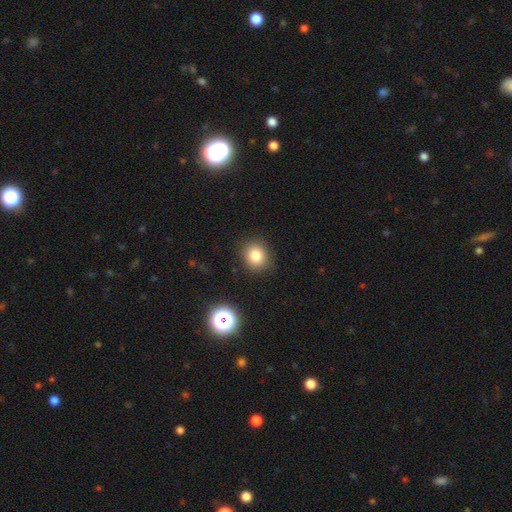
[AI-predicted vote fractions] Overall: smooth (81%). How rounded: round (80%). Merging: none (88%).